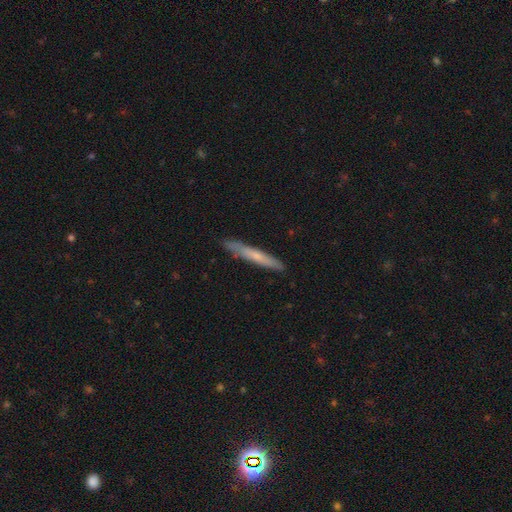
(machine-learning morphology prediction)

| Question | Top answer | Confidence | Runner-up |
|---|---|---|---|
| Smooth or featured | smooth | 54% | featured or disk (41%) |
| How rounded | cigar-shaped | 95% | in between (4%) |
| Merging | none | 85% | minor disturbance (12%) |